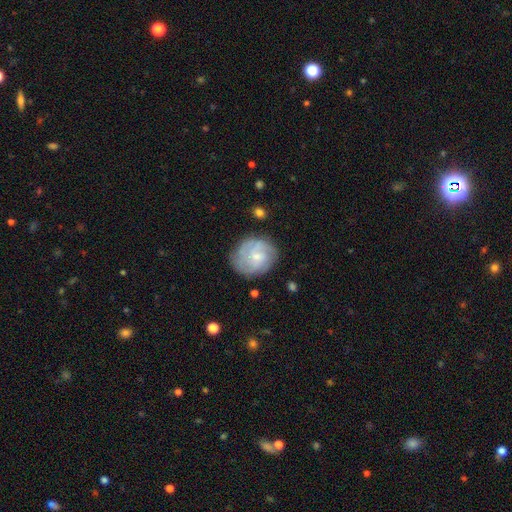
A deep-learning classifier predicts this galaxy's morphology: type=featured or disk (60%); edge-on=no (98%); bar=no (55%); spiral arms=yes (83%); bulge=small (53%); merging=none (70%).